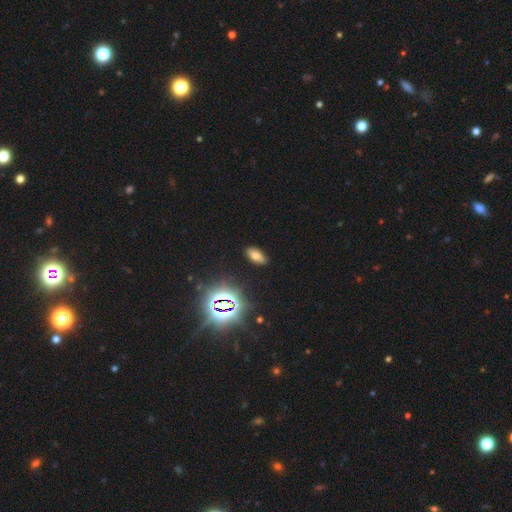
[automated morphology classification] Smooth or featured? Predicted: smooth (p=0.63). How rounded? Predicted: in between (p=0.90). Merging? Predicted: none (p=0.87).